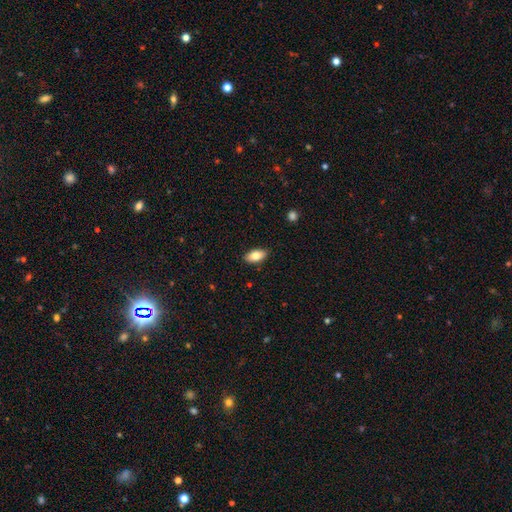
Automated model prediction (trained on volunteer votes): Smooth or featured? smooth (79%)
How rounded? in between (91%)
Merging? none (88%)